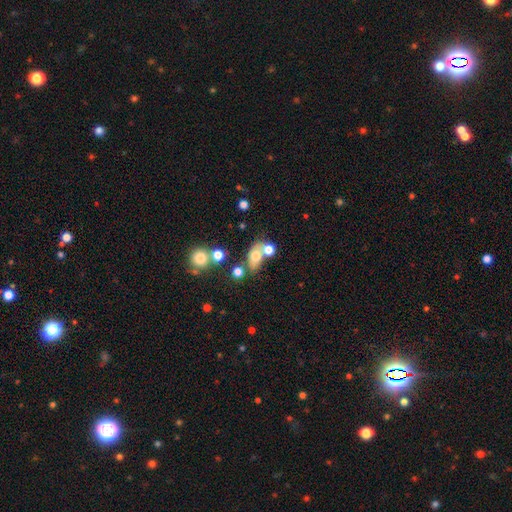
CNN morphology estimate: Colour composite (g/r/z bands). It shows a smooth galaxy with no disk features (65%) that is in between round and cigar-shaped (70%). Merging: none (42%).